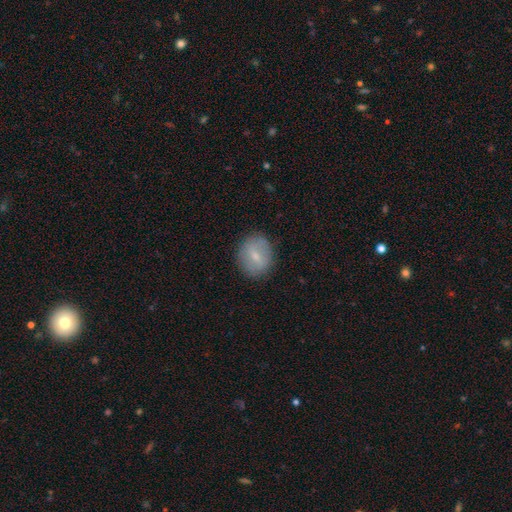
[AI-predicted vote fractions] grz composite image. It shows a smooth galaxy with no disk features (60%) that is round (62%). Merging: none (85%).